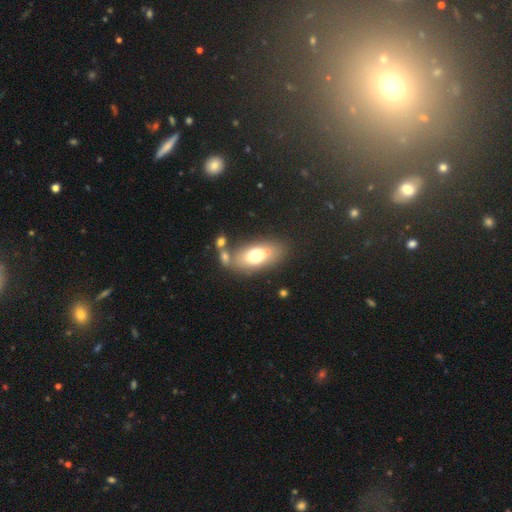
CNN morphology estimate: A smooth galaxy with no disk features (67%) that is in between round and cigar-shaped (84%).

Vote fractions:
- Smooth or featured? smooth: 67% / featured or disk: 24% / star or artifact: 10%
- How rounded? in between: 84% / round: 10% / cigar-shaped: 6%
- Merging? none: 62% / merger: 19% / minor disturbance: 13% / major disturbance: 6%